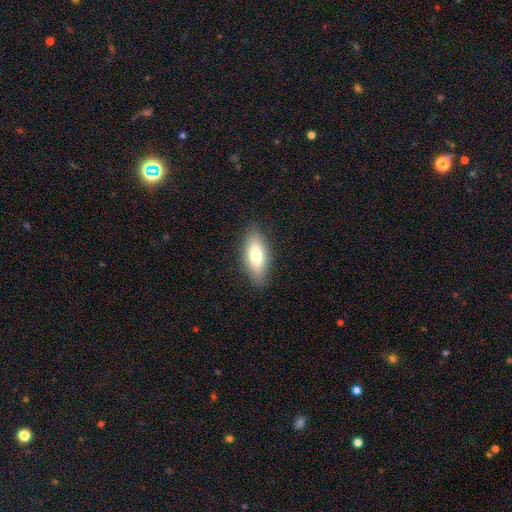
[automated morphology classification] Overall: smooth (74%). How rounded: in between (78%). Merging: none (85%).